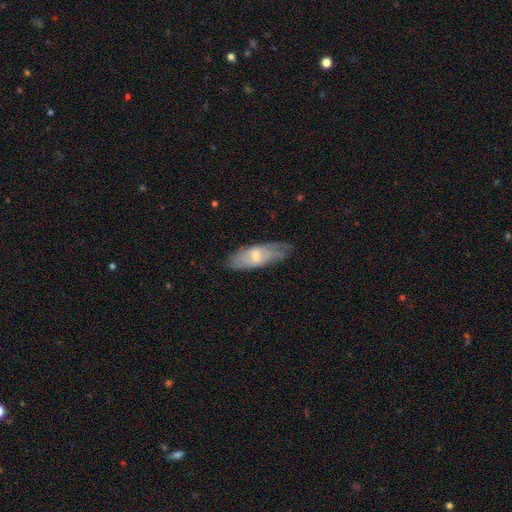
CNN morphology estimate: The model was most divided on "smooth or featured": smooth: 50%, featured or disk: 44%, star or artifact: 6%. More confident: merging — none (67%).